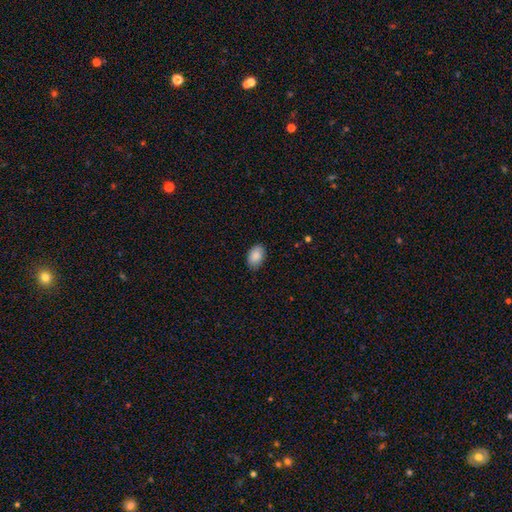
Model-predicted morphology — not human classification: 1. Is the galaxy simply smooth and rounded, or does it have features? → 88% smooth, 7% star or artifact, 5% featured or disk.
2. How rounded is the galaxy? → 87% in between, 12% round, 1% cigar-shaped.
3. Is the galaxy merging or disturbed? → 83% none, 13% minor disturbance, 2% major disturbance, 1% merger.